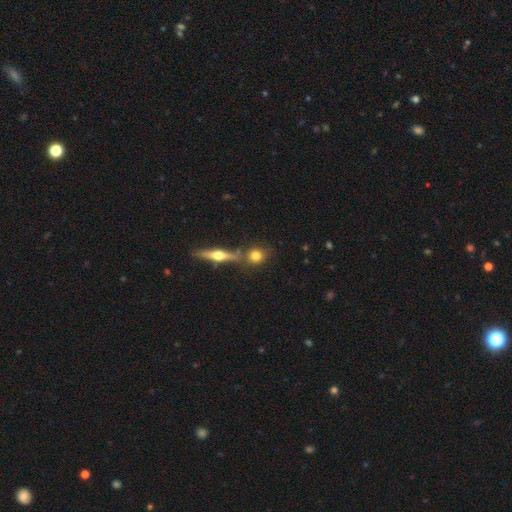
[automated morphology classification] This appears to be a smooth galaxy with no disk features (71%) that is round (82%). Merging: none (69%).